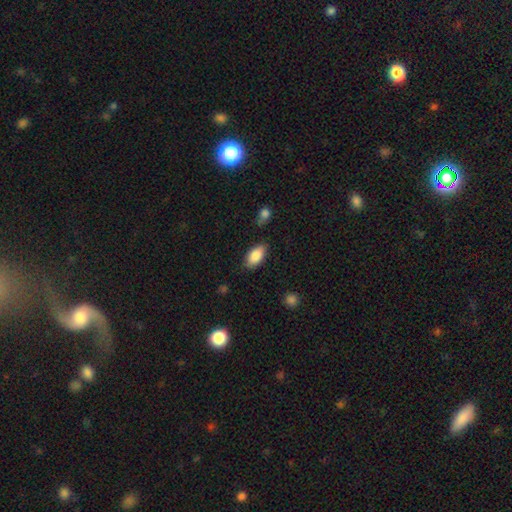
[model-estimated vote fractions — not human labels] This is clearly a smooth galaxy (86%). How rounded: clearly in between (93%). Merging: likely none (78%).